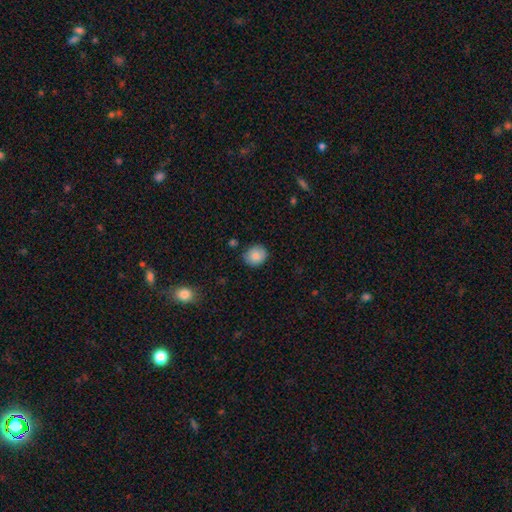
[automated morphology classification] Smooth or featured?
  - smooth: 86% *
  - star or artifact: 8%
  - featured or disk: 6%
How rounded?
  - round: 67% *
  - in between: 32%
  - cigar-shaped: 1%
Merging?
  - none: 82% *
  - minor disturbance: 13%
  - major disturbance: 3%
  - merger: 2%